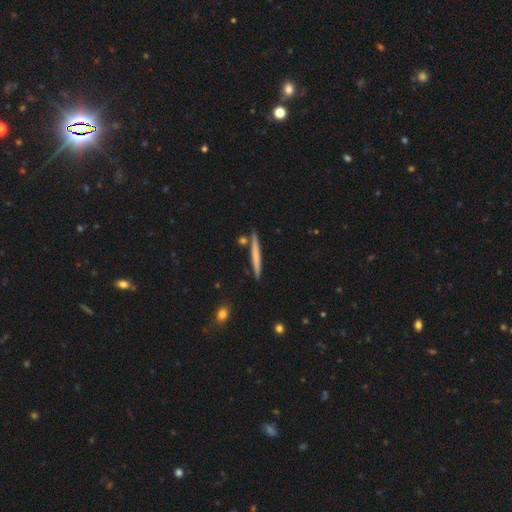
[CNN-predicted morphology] A smooth galaxy with no disk features (58%) that is cigar-shaped (97%).

Vote fractions:
- Smooth or featured? smooth: 58% / featured or disk: 37% / star or artifact: 5%
- How rounded? cigar-shaped: 97% / in between: 2% / round: 1%
- Merging? none: 87% / minor disturbance: 8% / merger: 4% / major disturbance: 1%